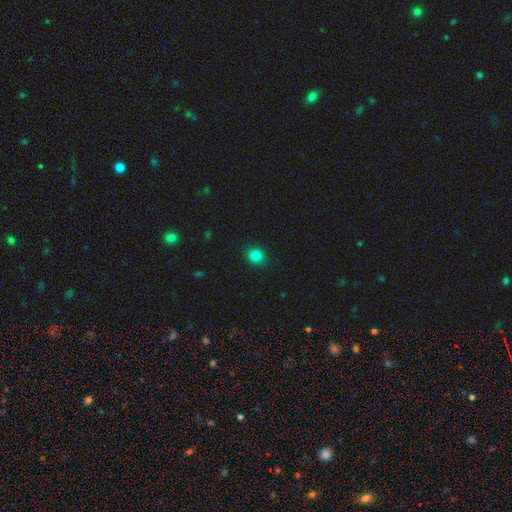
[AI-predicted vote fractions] Smooth or featured? Predicted: smooth (p=0.83). How rounded? Predicted: round (p=0.77). Merging? Predicted: none (p=0.89).